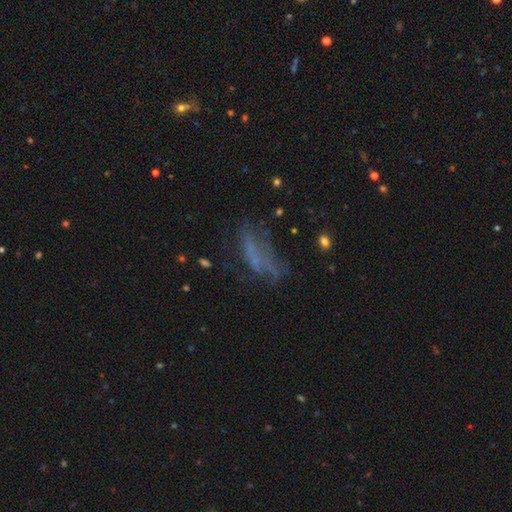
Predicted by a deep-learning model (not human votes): A featured or disk galaxy (39%).

Vote fractions:
- Smooth or featured? featured or disk: 39% / smooth: 36% / star or artifact: 25%
- Merging? none: 41% / major disturbance: 33% / minor disturbance: 21% / merger: 5%